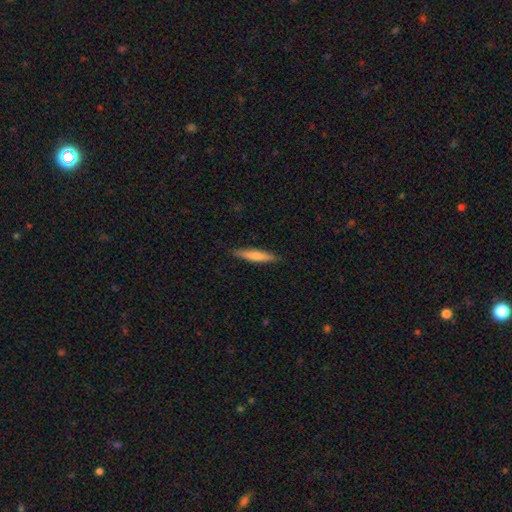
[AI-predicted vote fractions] Smooth or featured? Predicted: smooth (p=0.71). How rounded? Predicted: cigar-shaped (p=0.90). Merging? Predicted: none (p=0.88).